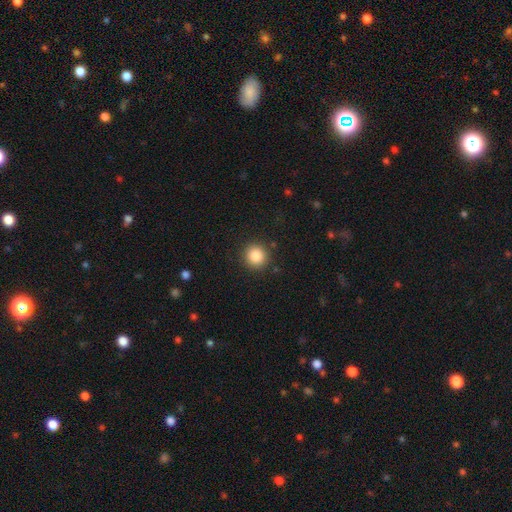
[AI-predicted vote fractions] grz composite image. It shows a smooth galaxy with no disk features (85%) that is round (94%). Merging: none (90%).